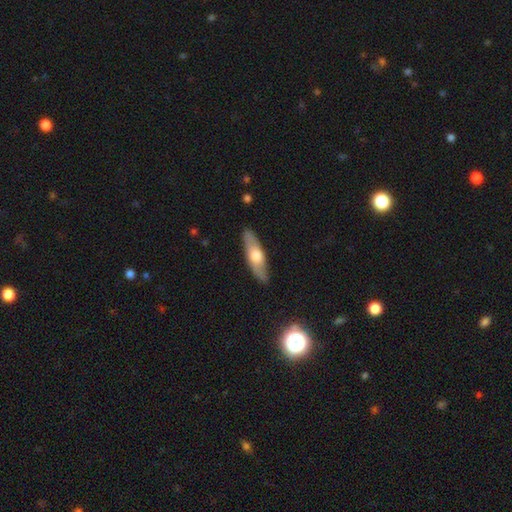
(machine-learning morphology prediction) Smooth or featured? smooth (50%)
Merging? none (87%)